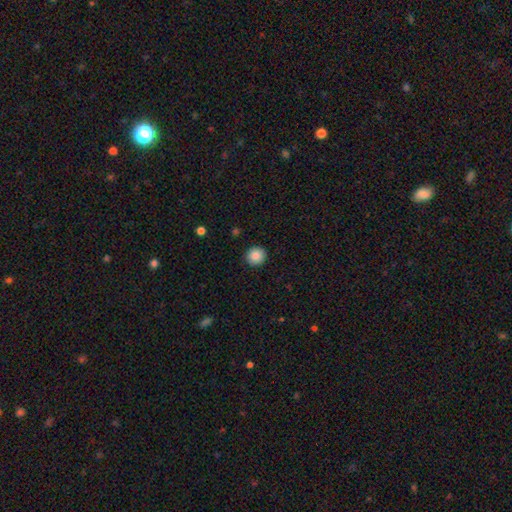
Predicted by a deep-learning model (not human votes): This is clearly a smooth galaxy (87%). How rounded: clearly round (90%). Merging: clearly none (92%).